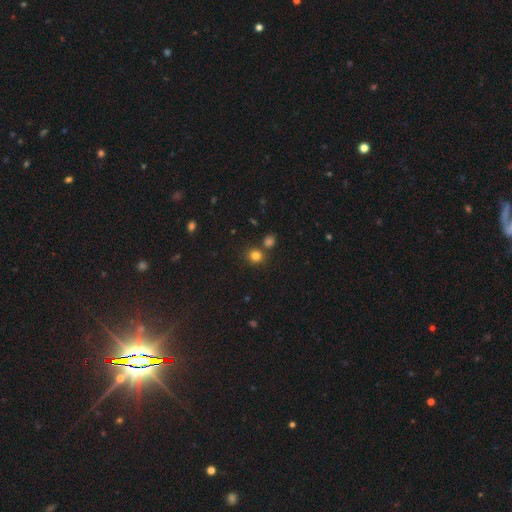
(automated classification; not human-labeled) Q: Smooth or featured?
A: smooth (80%); runner-up: star or artifact (15%)
Q: How rounded?
A: round (82%); runner-up: in between (17%)
Q: Merging?
A: none (74%); runner-up: merger (15%)